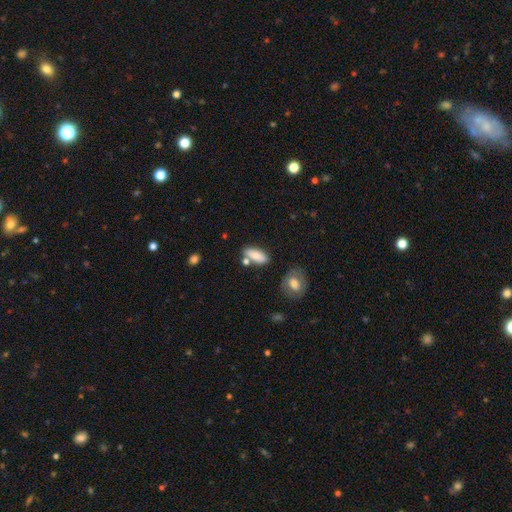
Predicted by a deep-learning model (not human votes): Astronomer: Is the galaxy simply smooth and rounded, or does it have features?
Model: smooth — 83%.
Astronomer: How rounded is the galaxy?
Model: in between — 74%.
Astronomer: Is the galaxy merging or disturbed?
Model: none — 67%.